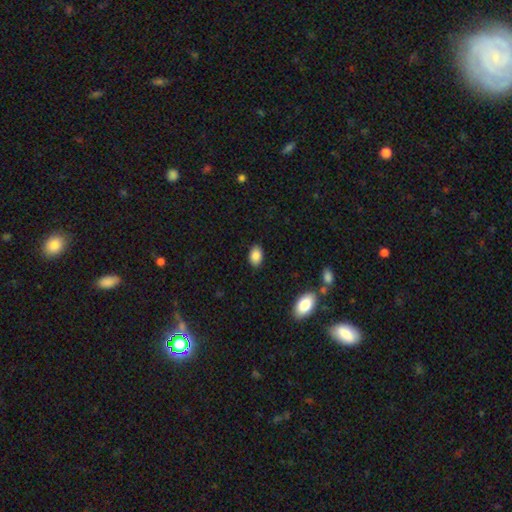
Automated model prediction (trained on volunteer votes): This appears to be a smooth galaxy with no disk features (87%) that is in between round and cigar-shaped (87%). Merging: none (88%).